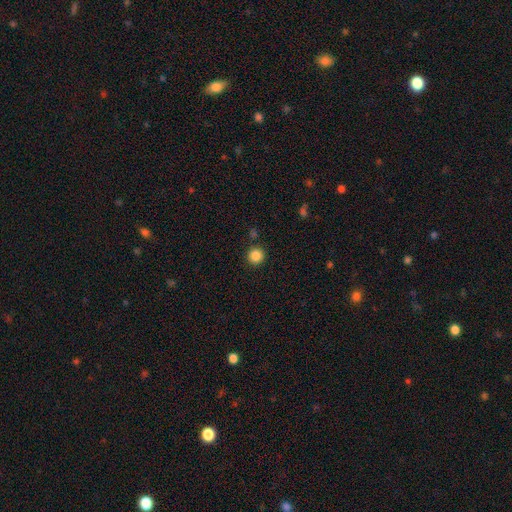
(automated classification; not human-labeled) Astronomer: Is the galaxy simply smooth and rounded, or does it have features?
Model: smooth — 86%.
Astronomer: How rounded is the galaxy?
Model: round — 95%.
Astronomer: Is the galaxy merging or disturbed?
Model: none — 89%.